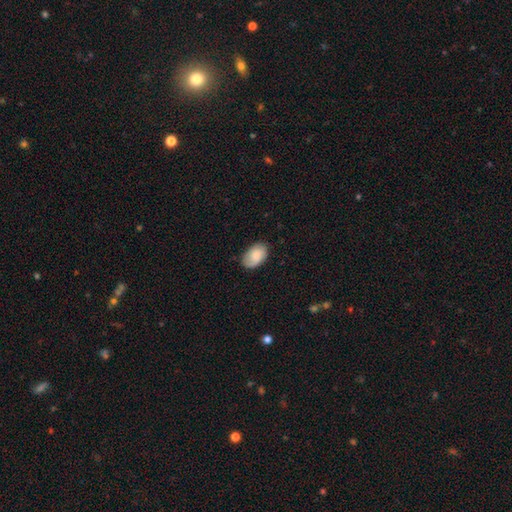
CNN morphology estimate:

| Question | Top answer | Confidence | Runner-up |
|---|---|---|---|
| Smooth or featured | smooth | 78% | featured or disk (16%) |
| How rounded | in between | 92% | round (7%) |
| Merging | none | 77% | minor disturbance (19%) |